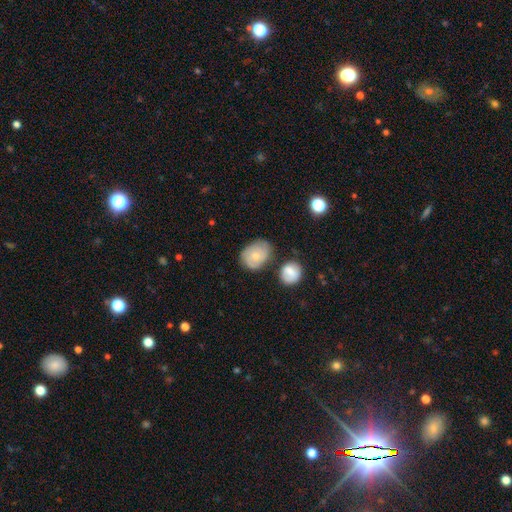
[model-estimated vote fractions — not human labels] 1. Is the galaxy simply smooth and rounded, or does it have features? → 60% smooth, 33% featured or disk, 7% star or artifact.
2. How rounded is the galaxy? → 58% in between, 41% round, 1% cigar-shaped.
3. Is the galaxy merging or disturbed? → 58% none, 26% minor disturbance, 10% merger, 7% major disturbance.